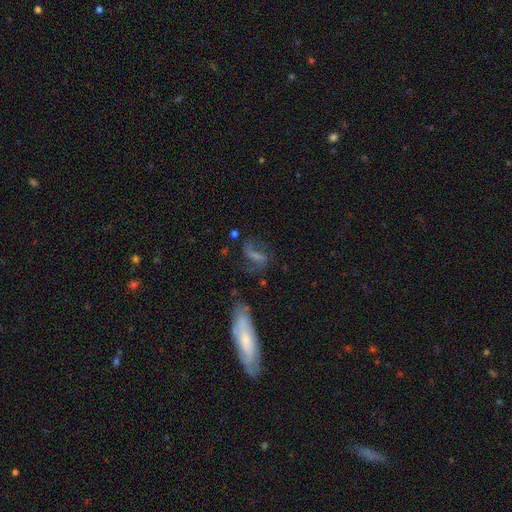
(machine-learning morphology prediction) type=featured or disk (63%); edge-on=no (94%); bar=weak (41%); spiral arms=yes (85%); winding=loose (60%); arm count=2 (84%); bulge=none (47%); merging=none (53%).